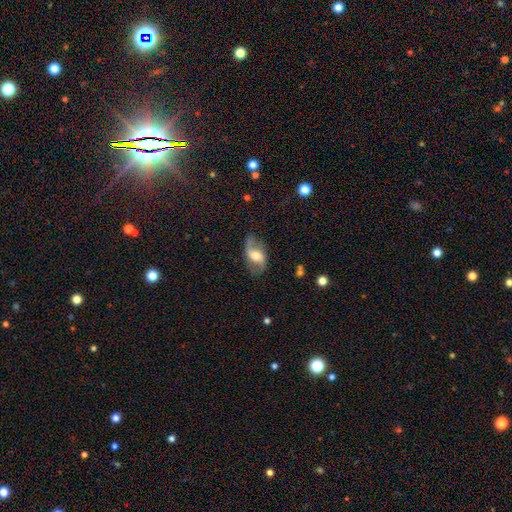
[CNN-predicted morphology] type=featured or disk (74%); edge-on=no (95%); bar=weak (43%); spiral arms=yes (91%); winding=loose (66%); arm count=2 (89%); bulge=moderate (59%); merging=none (71%).